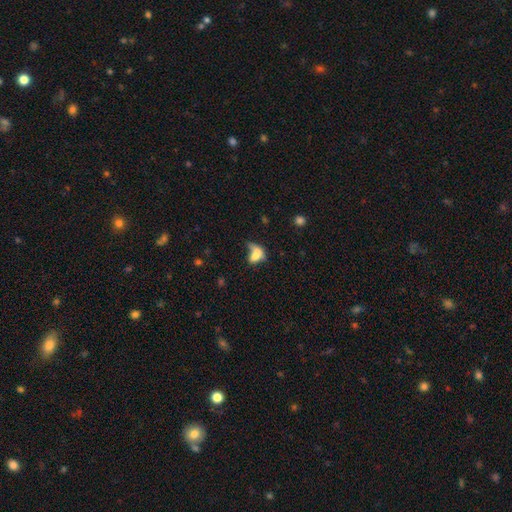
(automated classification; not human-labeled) Smooth or featured? Predicted: smooth (p=0.63). How rounded? Predicted: in between (p=0.73). Merging? Predicted: merger (p=0.33).